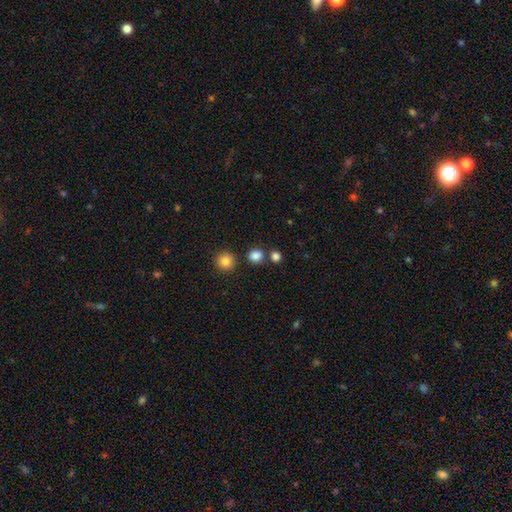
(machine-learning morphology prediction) This appears to be a smooth galaxy with no disk features (84%) that is round (74%). Merging: none (77%).